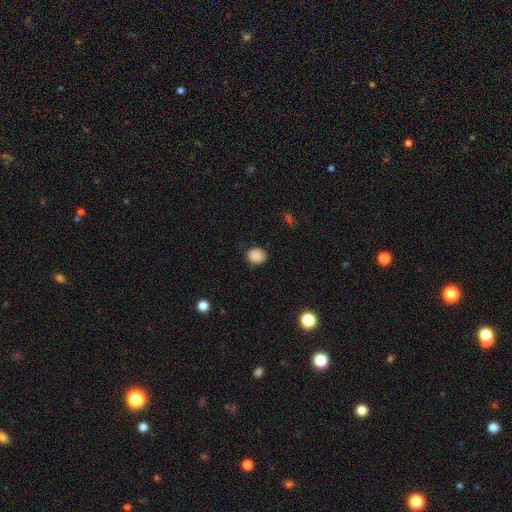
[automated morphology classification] smooth_or_featured: smooth (p=0.87) [alt: star or artifact p=0.09]
how_rounded: round (p=0.60) [alt: in between p=0.39]
merging: none (p=0.81) [alt: minor disturbance p=0.15]